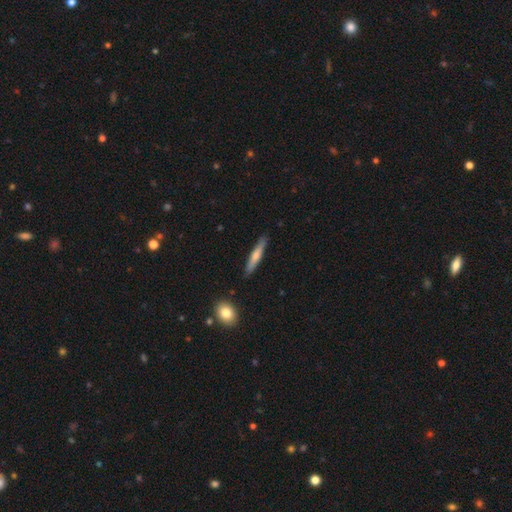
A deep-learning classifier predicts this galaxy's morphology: This appears to be a smooth galaxy with no disk features (57%) that is cigar-shaped (91%). Merging: none (88%).